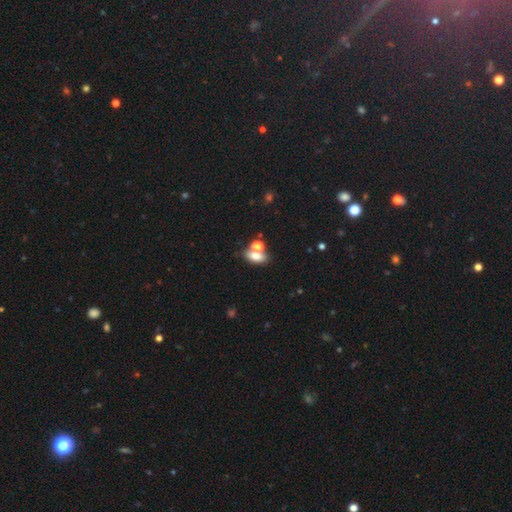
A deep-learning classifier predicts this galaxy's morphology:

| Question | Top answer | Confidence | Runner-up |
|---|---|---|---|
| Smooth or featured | smooth | 71% | featured or disk (17%) |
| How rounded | in between | 77% | round (15%) |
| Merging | none | 46% | merger (37%) |